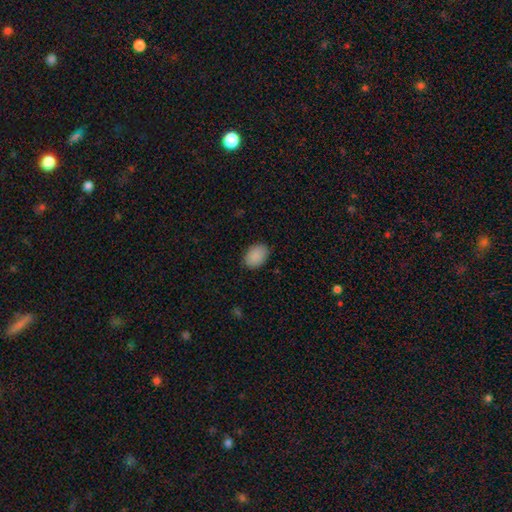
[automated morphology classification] smooth 90%, star or artifact 7%, featured or disk 3%. Down the decision tree: how rounded — in between (82%); merging — none (85%).